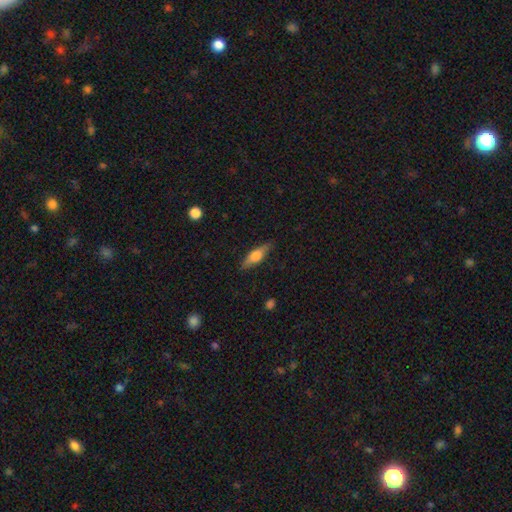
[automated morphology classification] smooth-or-featured: smooth: 53% | featured or disk: 41% | star or artifact: 6%
  how-rounded: cigar-shaped: 53% | in between: 44% | round: 3%
  merging: none: 85% | minor disturbance: 12% | major disturbance: 3% | merger: 1%